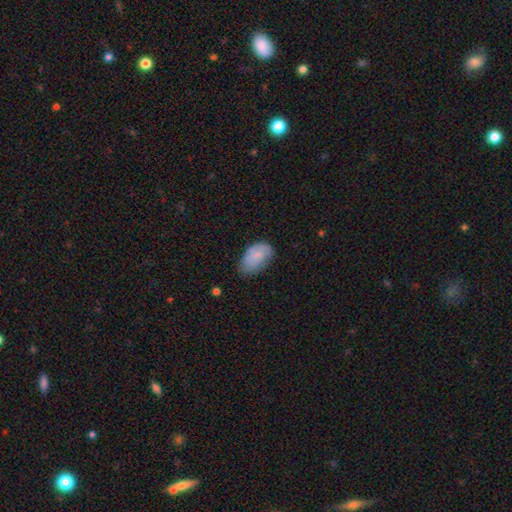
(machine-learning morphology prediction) Smooth or featured? smooth (72%)
How rounded? in between (92%)
Merging? none (56%)